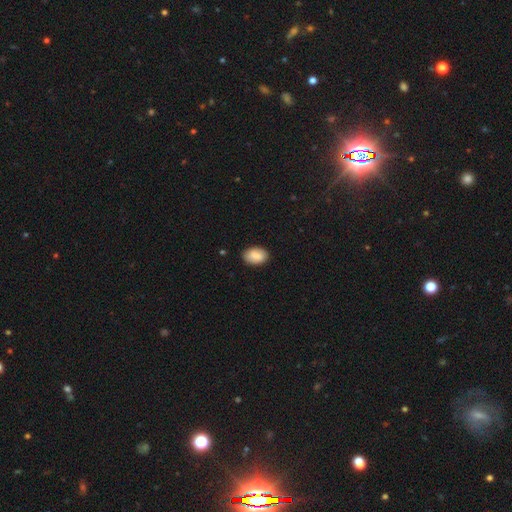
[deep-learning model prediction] Smooth or featured?
  - smooth: 87% *
  - star or artifact: 7%
  - featured or disk: 6%
How rounded?
  - in between: 89% *
  - round: 10%
  - cigar-shaped: 1%
Merging?
  - none: 87% *
  - minor disturbance: 10%
  - major disturbance: 2%
  - merger: 1%